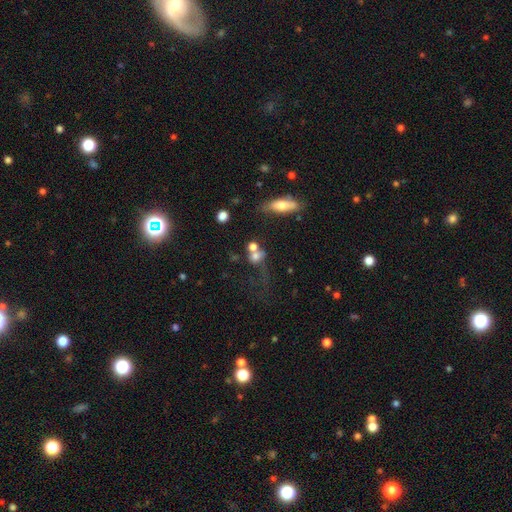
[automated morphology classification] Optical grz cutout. It shows a smooth galaxy with no disk features (67%) that is round (66%). Merging: merger (45%).